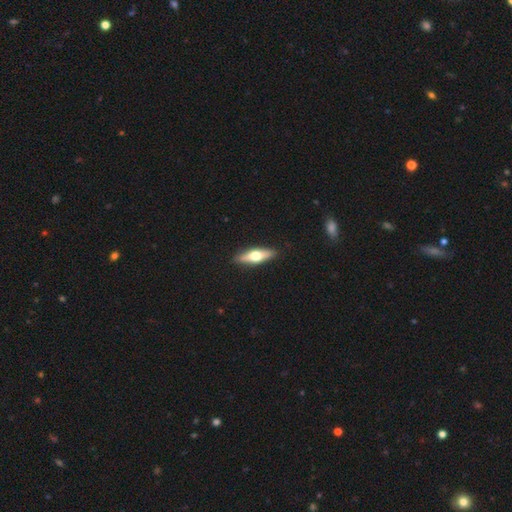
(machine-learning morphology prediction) This appears to be a featured or disk galaxy (52%) viewed edge-on (92%). Merging: none (90%).